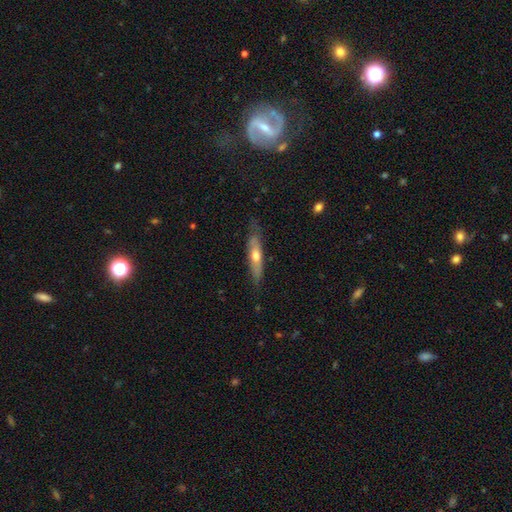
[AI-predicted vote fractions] The model was most divided on "smooth or featured": smooth: 51%, featured or disk: 44%, star or artifact: 6%. More confident: how rounded — cigar-shaped (77%); merging — none (74%).